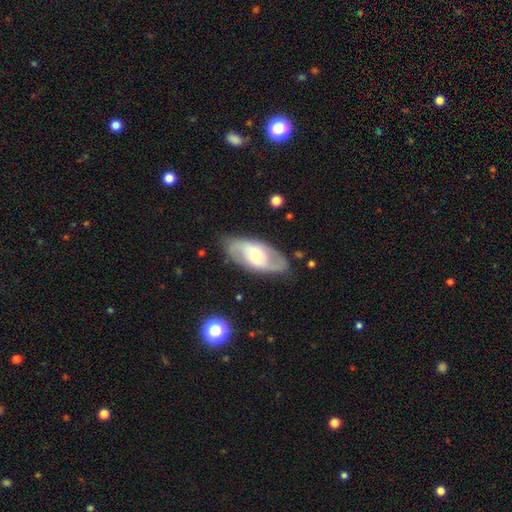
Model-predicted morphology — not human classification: type=featured or disk (63%); edge-on=no (89%); bar=no (57%); spiral arms=yes (74%); bulge=moderate (54%); merging=none (80%).